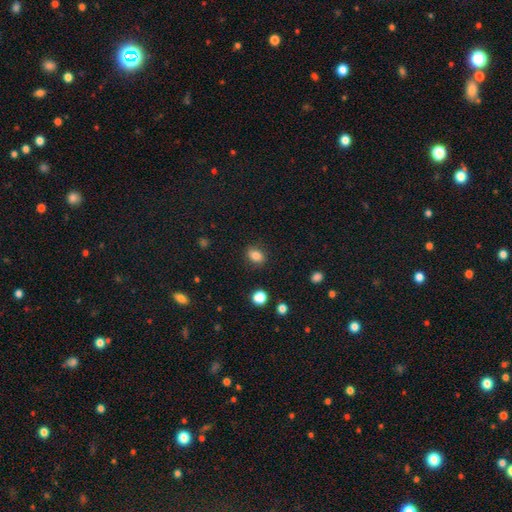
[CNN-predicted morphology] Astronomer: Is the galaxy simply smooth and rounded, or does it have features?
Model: smooth — 82%.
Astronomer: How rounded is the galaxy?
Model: in between — 63%.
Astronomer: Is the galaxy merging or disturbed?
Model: none — 86%.